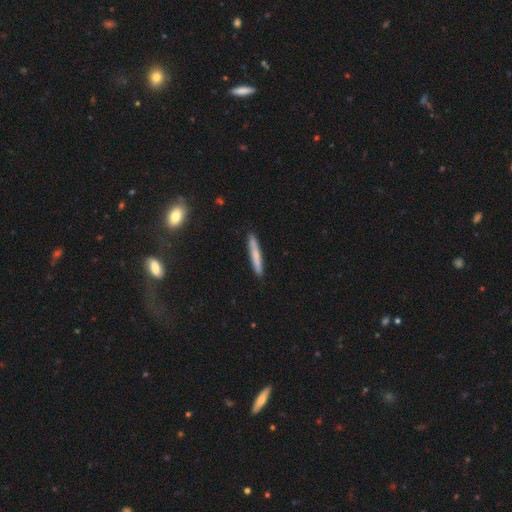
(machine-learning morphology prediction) Overall: smooth (70%). How rounded: cigar-shaped (96%). Merging: none (90%).